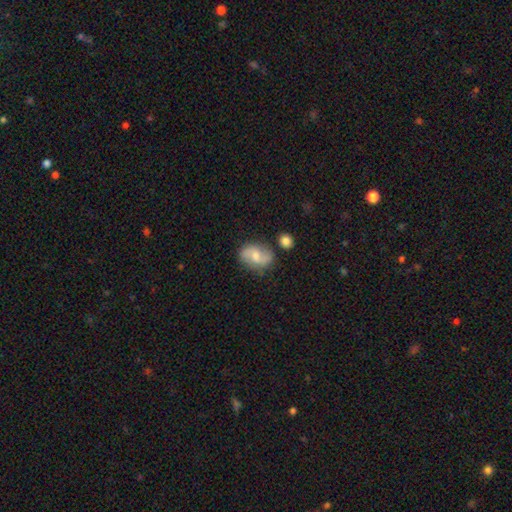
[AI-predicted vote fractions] A featured or disk galaxy (59%) with no bar (49%), 2 (90%) loose (53%) spiral arms (89%) and a moderate central bulge (54%).

Vote fractions:
- Smooth or featured? featured or disk: 59% / smooth: 34% / star or artifact: 7%
- Edge-on disk? no: 97% / yes: 3%
- Bar? no: 49% / weak: 41% / strong: 9%
- Spiral arms? yes: 89% / no: 11%
- Spiral winding? loose: 53% / medium: 36% / tight: 11%
- Spiral arm count? 2: 90% / can't tell: 5% / 1: 2% / 3: 1% / 4: 1% / more than 4: 1%
- Bulge size? moderate: 54% / small: 35% / none: 6% / large: 5% / dominant: 1%
- Merging? none: 72% / minor disturbance: 17% / merger: 7% / major disturbance: 5%